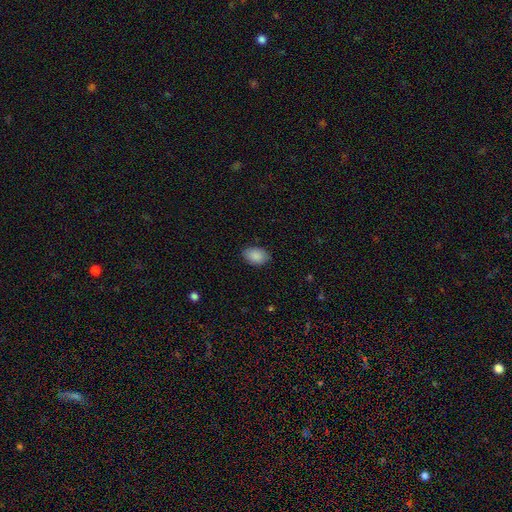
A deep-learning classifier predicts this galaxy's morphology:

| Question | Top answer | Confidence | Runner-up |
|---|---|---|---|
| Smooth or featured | smooth | 89% | star or artifact (7%) |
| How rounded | in between | 87% | round (12%) |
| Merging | none | 85% | minor disturbance (12%) |